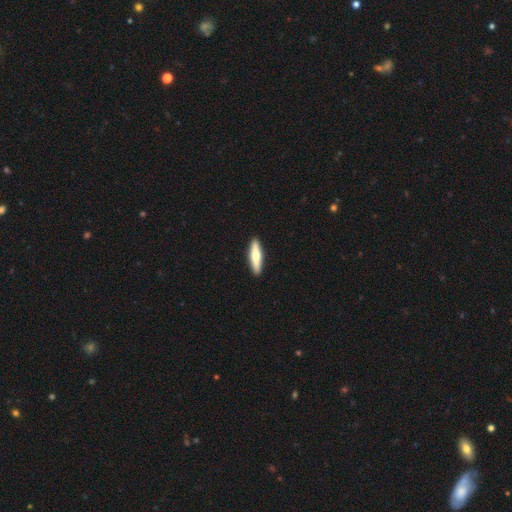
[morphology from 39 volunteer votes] Volunteers were most divided on "smooth or featured": smooth: 51%, featured or disk: 44%, star or artifact: 5%. More confident: merging — none (92%); how rounded — cigar-shaped (85%).